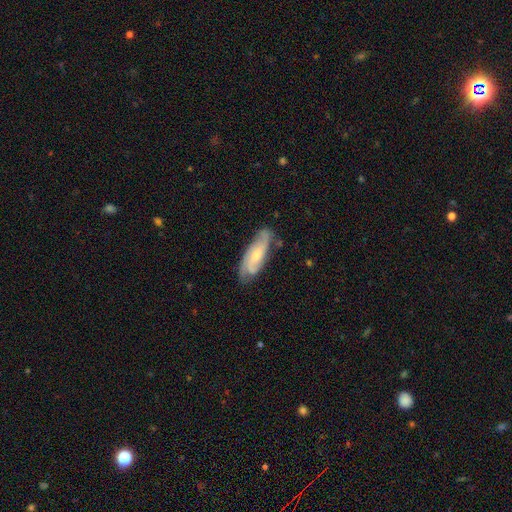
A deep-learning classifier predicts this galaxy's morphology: This appears to be a featured or disk galaxy (69%) with no bar (54%), 2 (58%) medium (43%) spiral arms (93%) and a small central bulge (50%). Merging: none (73%).